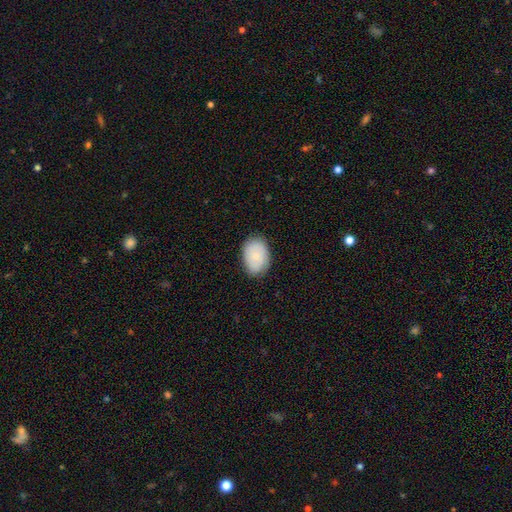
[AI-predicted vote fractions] Smooth or featured: smooth — 76% (featured or disk — 18%)
How rounded: in between — 79% (round — 20%)
Merging: none — 81% (minor disturbance — 15%)